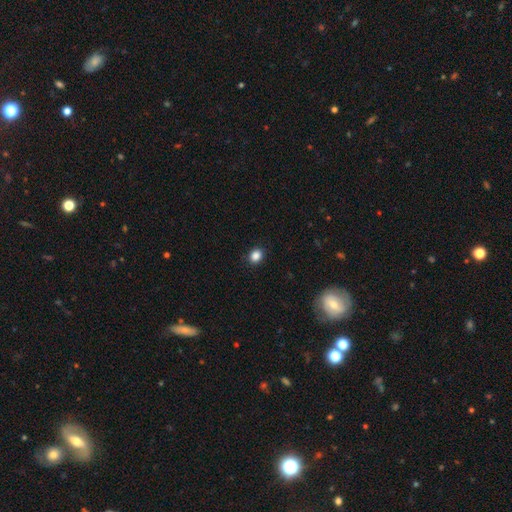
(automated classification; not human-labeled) The model was most divided on "how rounded": round: 65%, in between: 34%, cigar-shaped: 1%. More confident: merging — none (90%); smooth or featured — smooth (86%).